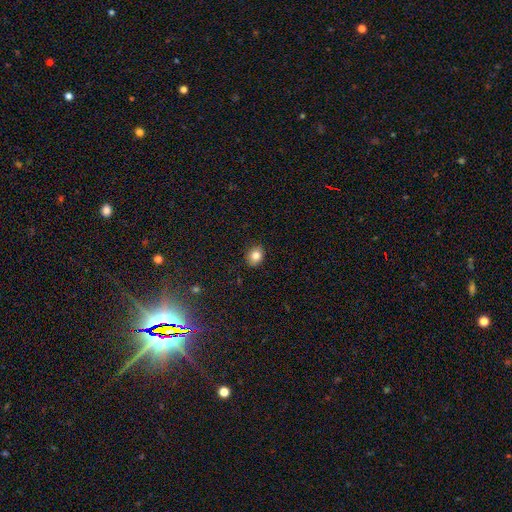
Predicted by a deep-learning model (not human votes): Smooth or featured: smooth — 84% (star or artifact — 10%)
How rounded: round — 57% (in between — 42%)
Merging: none — 87% (minor disturbance — 10%)